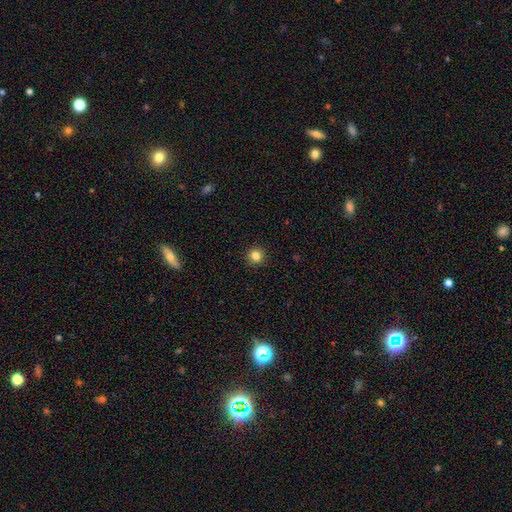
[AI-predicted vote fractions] smooth-or-featured: smooth: 84% | star or artifact: 12% | featured or disk: 5%
  how-rounded: round: 95% | in between: 4% | cigar-shaped: 1%
  merging: none: 93% | minor disturbance: 5% | major disturbance: 2% | merger: 1%